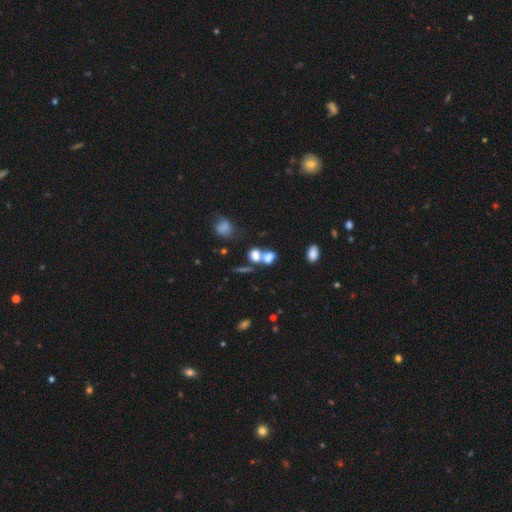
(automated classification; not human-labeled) smooth_or_featured: smooth (p=0.72) [alt: star or artifact p=0.14]
how_rounded: in between (p=0.57) [alt: round p=0.40]
merging: merger (p=0.56) [alt: none p=0.30]